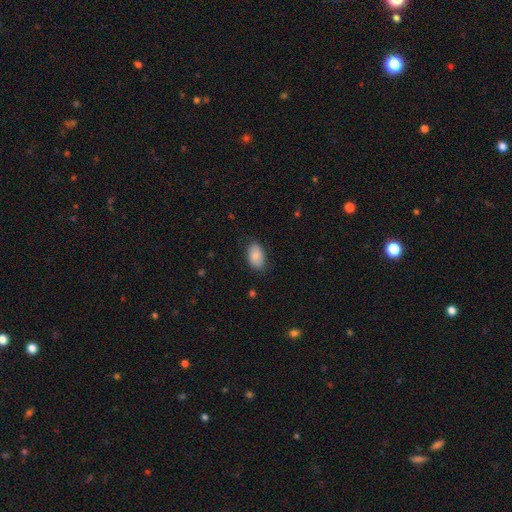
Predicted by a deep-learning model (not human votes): Morphology: type=smooth (83%); roundness=in between (91%); merging=none (78%).